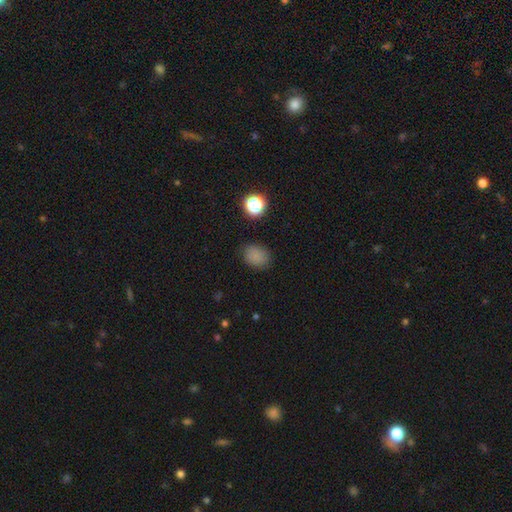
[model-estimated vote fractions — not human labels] smooth 80%, star or artifact 15%, featured or disk 5%. Down the decision tree: how rounded — in between (57%); merging — none (83%).